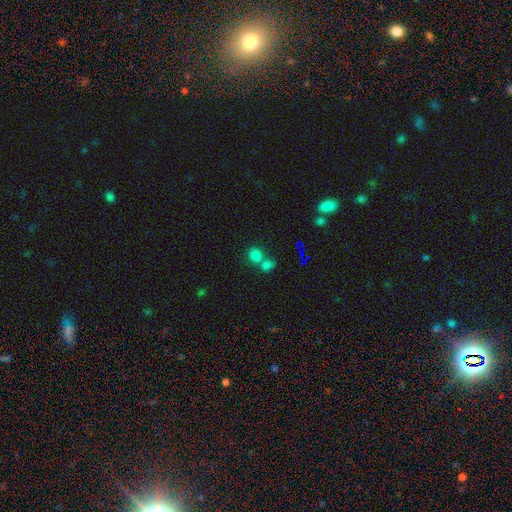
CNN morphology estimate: Overall: smooth (75%). How rounded: round (73%). Merging: none (46%; merger 43%).